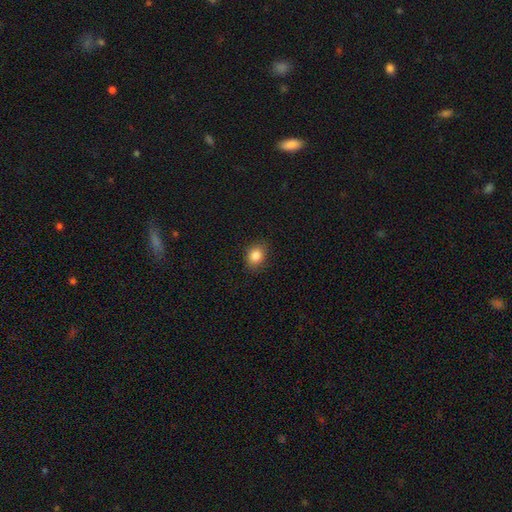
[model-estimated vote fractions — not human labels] Q: Smooth or featured?
A: smooth (85%); runner-up: star or artifact (10%)
Q: How rounded?
A: round (51%); runner-up: in between (48%)
Q: Merging?
A: none (86%); runner-up: minor disturbance (11%)